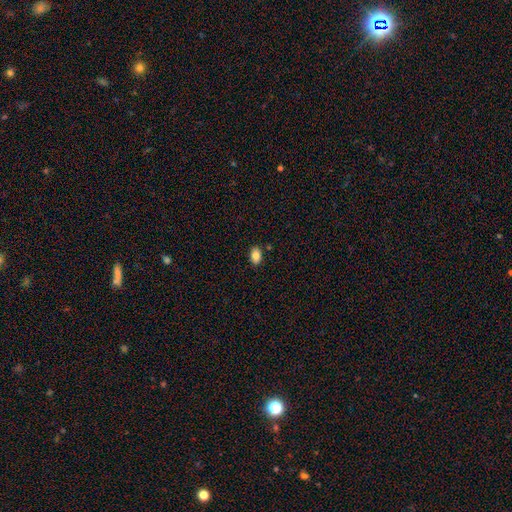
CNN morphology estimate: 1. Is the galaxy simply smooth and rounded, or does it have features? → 84% smooth, 8% star or artifact, 7% featured or disk.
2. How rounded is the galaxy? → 88% in between, 11% round, 1% cigar-shaped.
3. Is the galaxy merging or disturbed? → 87% none, 9% minor disturbance, 2% merger, 2% major disturbance.